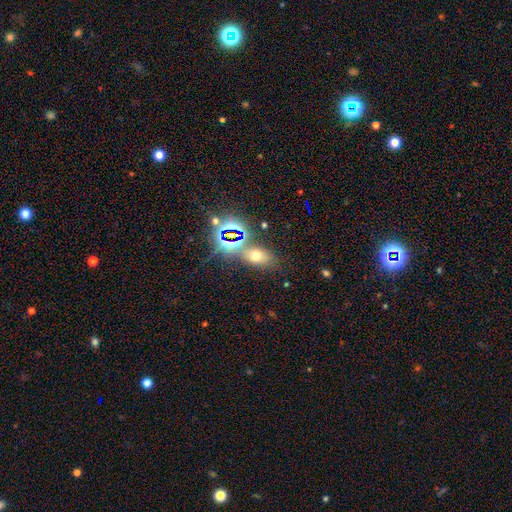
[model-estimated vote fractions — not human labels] Q: Smooth or featured?
A: smooth (53%); runner-up: star or artifact (35%)
Q: How rounded?
A: in between (81%); runner-up: round (16%)
Q: Merging?
A: none (68%); runner-up: merger (13%)